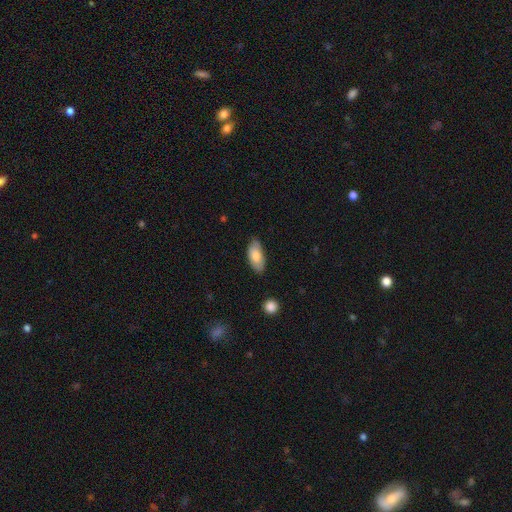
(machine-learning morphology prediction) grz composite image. It shows a smooth galaxy with no disk features (75%) that is in between round and cigar-shaped (91%). Merging: none (79%).